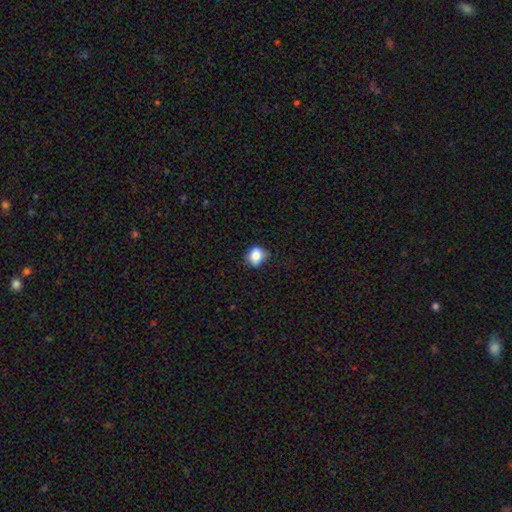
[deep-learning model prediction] smooth_or_featured: smooth (p=0.80) [alt: star or artifact p=0.10]
how_rounded: round (p=0.65) [alt: in between p=0.34]
merging: none (p=0.70) [alt: minor disturbance p=0.23]